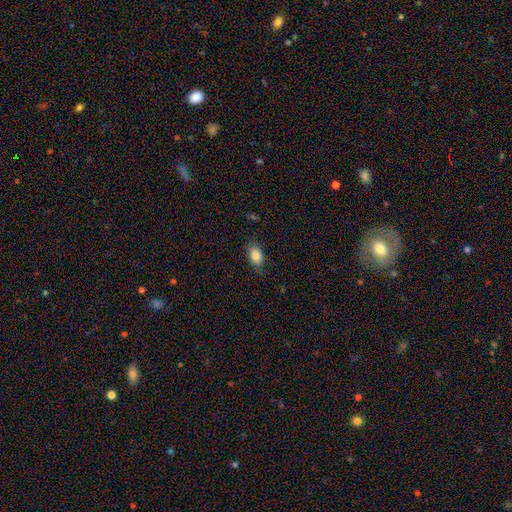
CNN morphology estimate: smooth_or_featured: smooth (p=0.83) [alt: featured or disk p=0.09]
how_rounded: in between (p=0.87) [alt: round p=0.10]
merging: none (p=0.77) [alt: minor disturbance p=0.18]